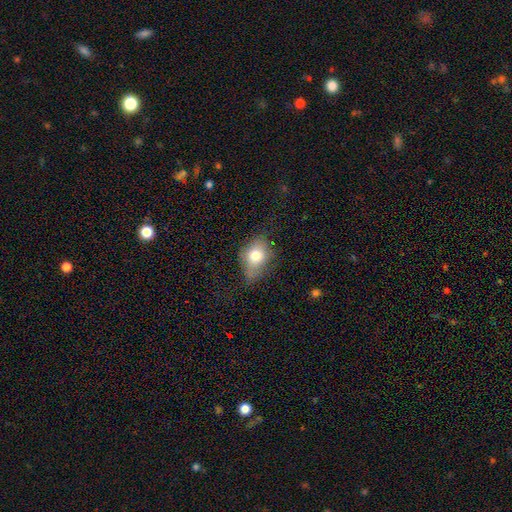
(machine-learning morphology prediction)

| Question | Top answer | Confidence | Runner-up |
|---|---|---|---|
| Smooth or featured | smooth | 72% | featured or disk (18%) |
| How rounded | in between | 70% | round (28%) |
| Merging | none | 49% | minor disturbance (34%) |